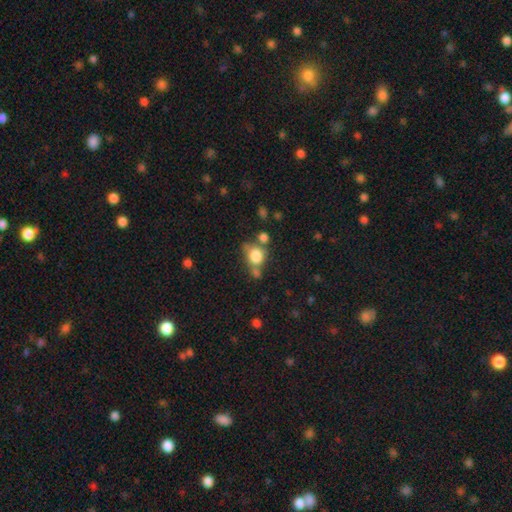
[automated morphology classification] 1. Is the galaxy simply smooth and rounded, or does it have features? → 78% smooth, 11% star or artifact, 11% featured or disk.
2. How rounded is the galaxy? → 68% round, 30% in between, 1% cigar-shaped.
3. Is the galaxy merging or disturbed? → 46% none, 29% merger, 16% minor disturbance, 9% major disturbance.